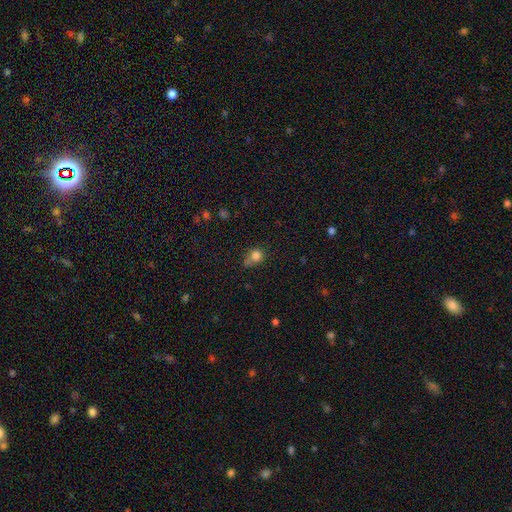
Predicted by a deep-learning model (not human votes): smooth 81%, star or artifact 13%, featured or disk 7%. Down the decision tree: how rounded — round (78%); merging — none (50%).